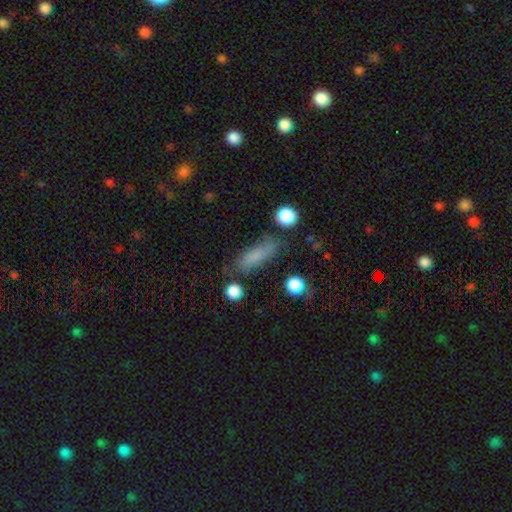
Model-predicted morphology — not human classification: smooth_or_featured: smooth (p=0.79) [alt: featured or disk p=0.11]
how_rounded: cigar-shaped (p=0.52) [alt: in between p=0.43]
merging: none (p=0.71) [alt: minor disturbance p=0.18]